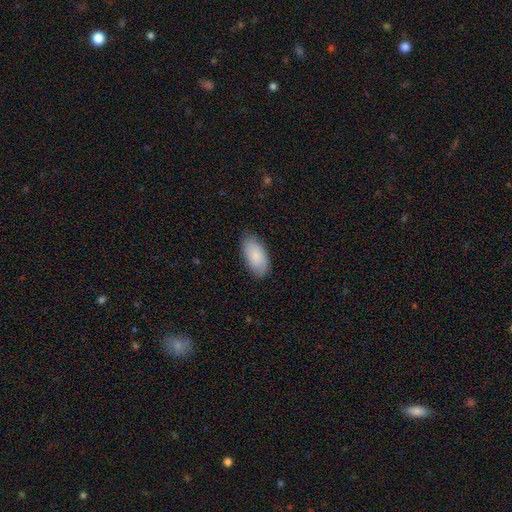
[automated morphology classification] A smooth galaxy with no disk features (81%) that is in between round and cigar-shaped (94%). Merging: none (79%).